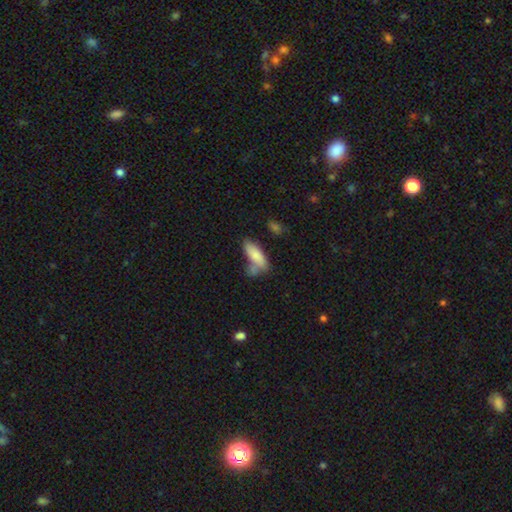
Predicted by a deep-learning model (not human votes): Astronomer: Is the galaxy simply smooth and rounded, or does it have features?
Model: smooth — 80%.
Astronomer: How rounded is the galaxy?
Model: in between — 70%.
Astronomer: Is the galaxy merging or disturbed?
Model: none — 48% (runner-up: merger, 24%).